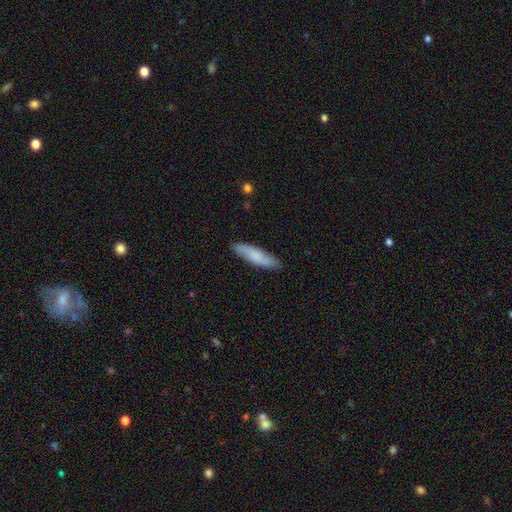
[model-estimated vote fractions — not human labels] Q: Smooth or featured?
A: smooth (71%); runner-up: featured or disk (24%)
Q: How rounded?
A: cigar-shaped (71%); runner-up: in between (27%)
Q: Merging?
A: none (87%); runner-up: minor disturbance (11%)